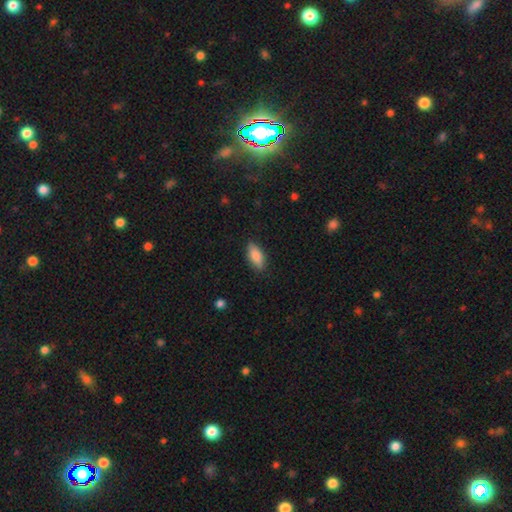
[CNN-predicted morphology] smooth_or_featured: smooth (p=0.78) [alt: featured or disk p=0.16]
how_rounded: in between (p=0.79) [alt: cigar-shaped p=0.18]
merging: none (p=0.85) [alt: minor disturbance p=0.12]